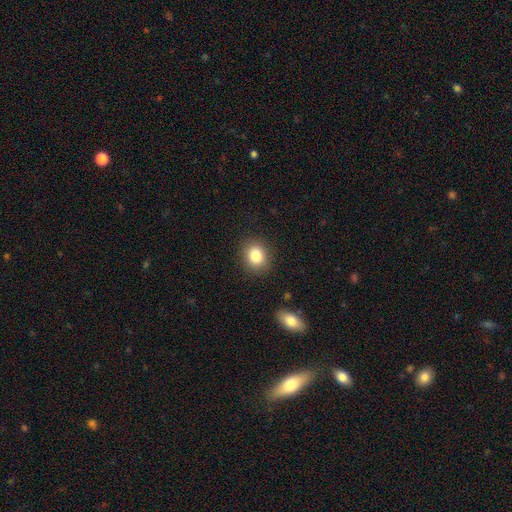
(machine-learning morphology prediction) smooth_or_featured: smooth (p=0.83) [alt: star or artifact p=0.10]
how_rounded: round (p=0.66) [alt: in between p=0.33]
merging: none (p=0.88) [alt: minor disturbance p=0.08]